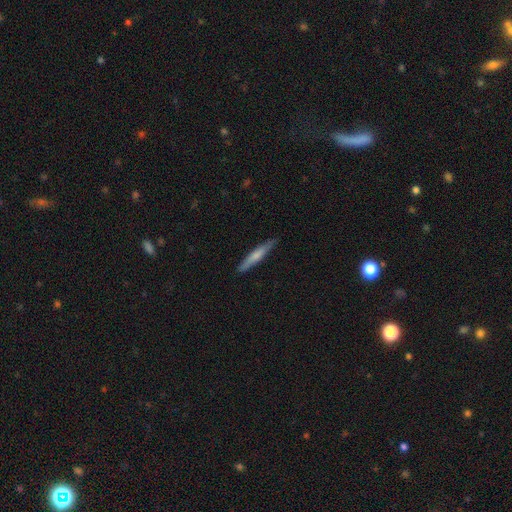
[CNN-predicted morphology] Smooth or featured: smooth — 58% (featured or disk — 37%)
How rounded: cigar-shaped — 94% (in between — 5%)
Merging: none — 88% (minor disturbance — 10%)